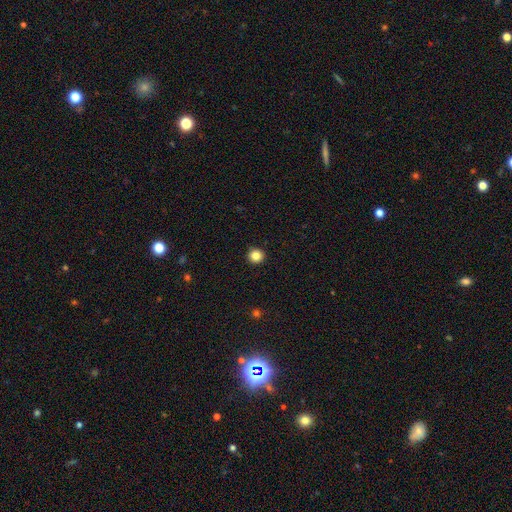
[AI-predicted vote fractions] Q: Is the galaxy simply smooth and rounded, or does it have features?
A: smooth — 85%.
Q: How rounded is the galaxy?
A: round — 93%.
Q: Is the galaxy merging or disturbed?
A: none — 93%.